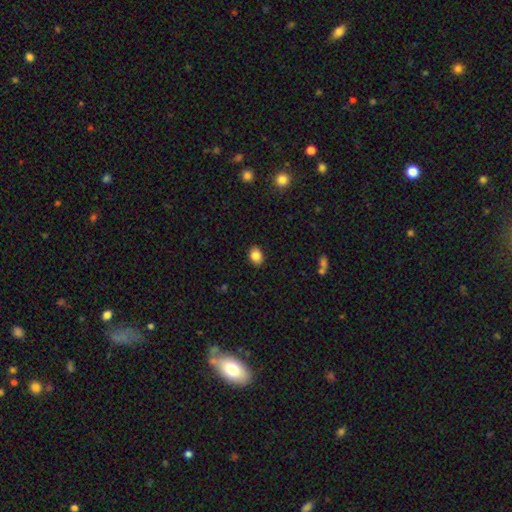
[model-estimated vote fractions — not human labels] Morphology: type=smooth (86%); roundness=in between (68%); merging=none (89%).